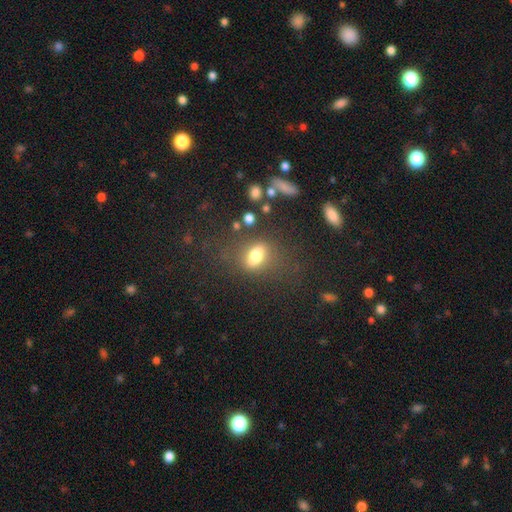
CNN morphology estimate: The model was most divided on "how rounded": in between: 73%, round: 21%, cigar-shaped: 6%. More confident: smooth or featured — smooth (73%); merging — none (69%).